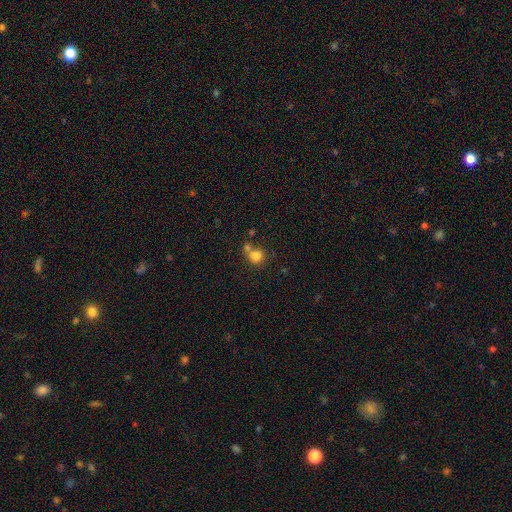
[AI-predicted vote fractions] Morphology: type=smooth (80%); roundness=round (83%); merging=none (48%).